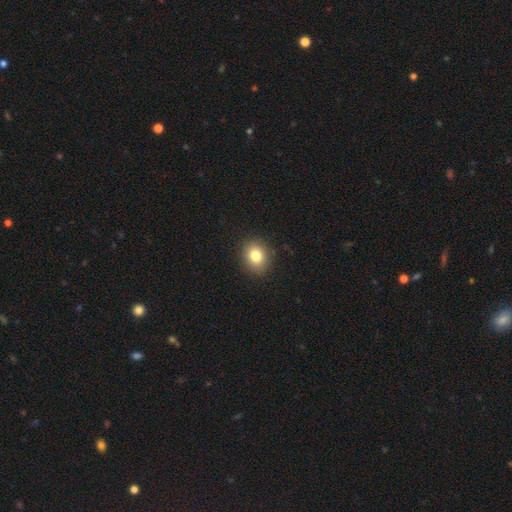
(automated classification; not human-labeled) A smooth galaxy with no disk features (81%) that is round (60%). Merging: none (89%).